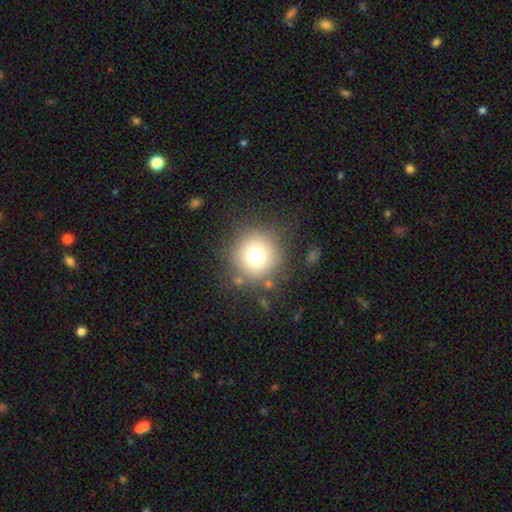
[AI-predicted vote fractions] The model was most divided on "smooth or featured": smooth: 74%, star or artifact: 14%, featured or disk: 12%. More confident: how rounded — round (95%); merging — none (82%).